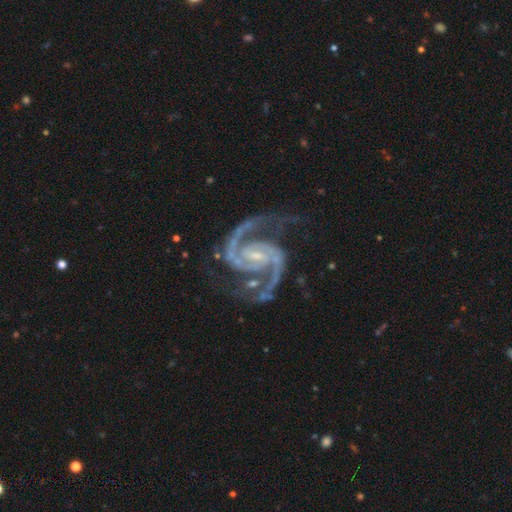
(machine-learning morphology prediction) smooth_or_featured: featured or disk (p=0.95) [alt: star or artifact p=0.04]
disk_edge_on: no (p=0.98) [alt: yes p=0.02]
bar: weak (p=0.45) [alt: strong p=0.33]
has_spiral_arms: yes (p=0.99) [alt: no p=0.01]
spiral_winding: medium (p=0.66) [alt: tight p=0.24]
spiral_arm_count: 2 (p=0.93) [alt: 3 p=0.02]
bulge_size: small (p=0.71) [alt: moderate p=0.17]
merging: none (p=0.72) [alt: minor disturbance p=0.17]